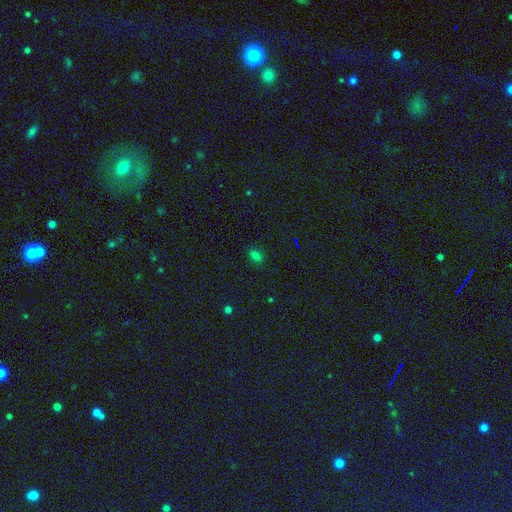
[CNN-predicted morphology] This appears to be a smooth galaxy with no disk features (71%) that is in between round and cigar-shaped (83%). Merging: none (85%).